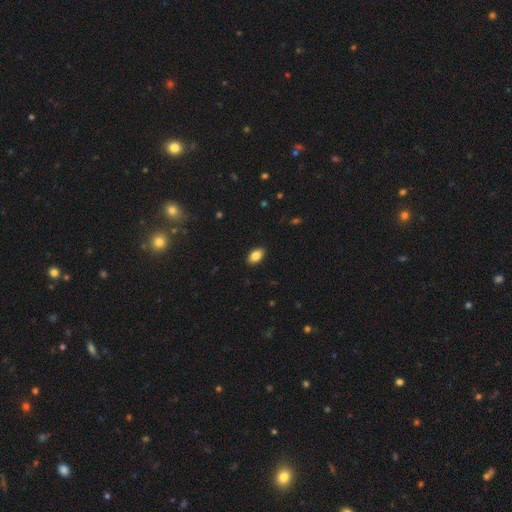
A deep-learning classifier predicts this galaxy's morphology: smooth 85%, star or artifact 8%, featured or disk 7%. Down the decision tree: how rounded — in between (91%); merging — none (89%).